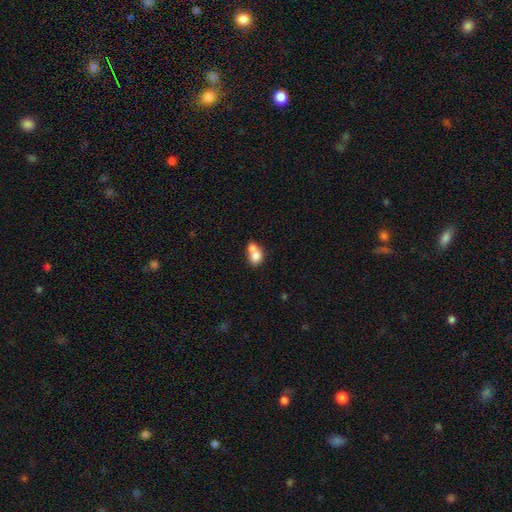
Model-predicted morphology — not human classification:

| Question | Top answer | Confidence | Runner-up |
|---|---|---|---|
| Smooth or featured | smooth | 75% | featured or disk (16%) |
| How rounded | in between | 49% | tied: round (49%) |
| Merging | merger | 65% | none (25%) |